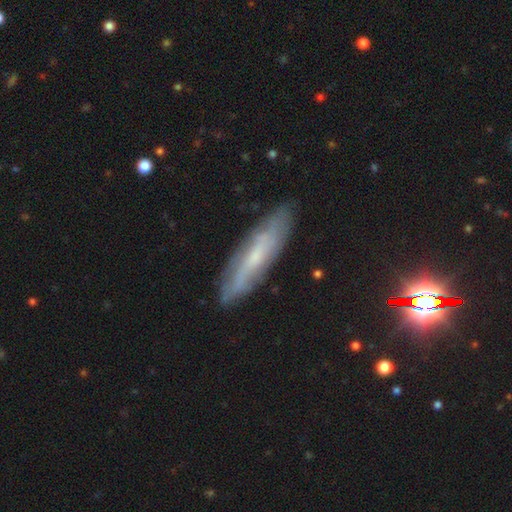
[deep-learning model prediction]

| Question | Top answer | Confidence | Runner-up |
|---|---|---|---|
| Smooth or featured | featured or disk | 57% | smooth (33%) |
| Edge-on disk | no | 50% | tied: yes (50%) |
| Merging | none | 82% | minor disturbance (14%) |